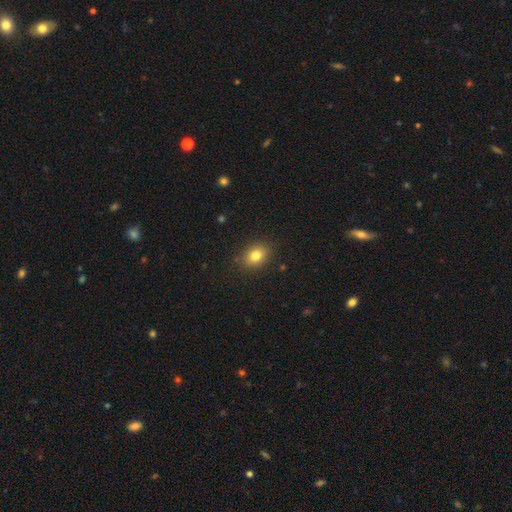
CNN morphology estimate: A smooth galaxy with no disk features (81%) that is in between round and cigar-shaped (64%).

Vote fractions:
- Smooth or featured? smooth: 81% / star or artifact: 11% / featured or disk: 8%
- How rounded? in between: 64% / round: 35% / cigar-shaped: 1%
- Merging? none: 86% / minor disturbance: 10% / major disturbance: 3% / merger: 1%